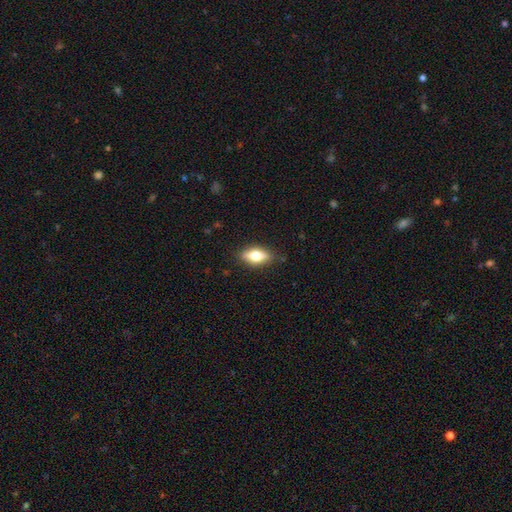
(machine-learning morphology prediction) Smooth or featured? Predicted: smooth (p=0.64). How rounded? Predicted: in between (p=0.80). Merging? Predicted: none (p=0.86).